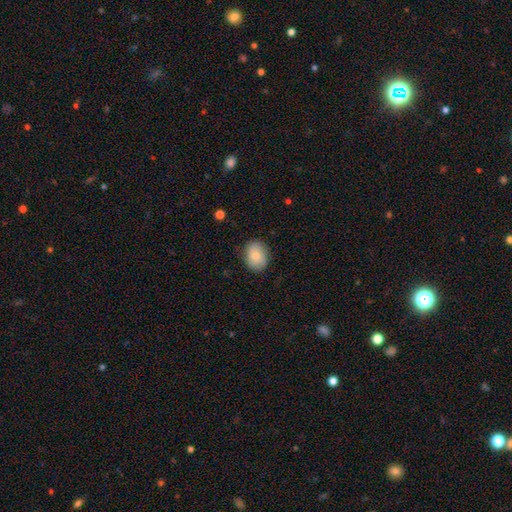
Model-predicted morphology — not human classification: A smooth galaxy with no disk features (78%) that is in between round and cigar-shaped (60%). Merging: none (83%).